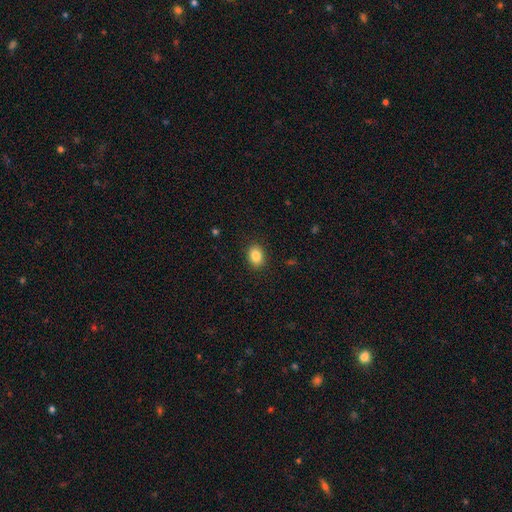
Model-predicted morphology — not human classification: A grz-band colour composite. It shows a smooth galaxy with no disk features (86%) that is in between round and cigar-shaped (65%). Merging: none (89%).